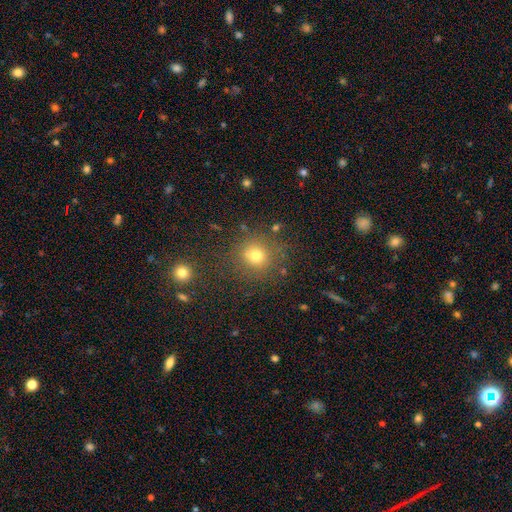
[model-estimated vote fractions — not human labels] A smooth galaxy with no disk features (74%) that is round (89%). Merging: none (81%).